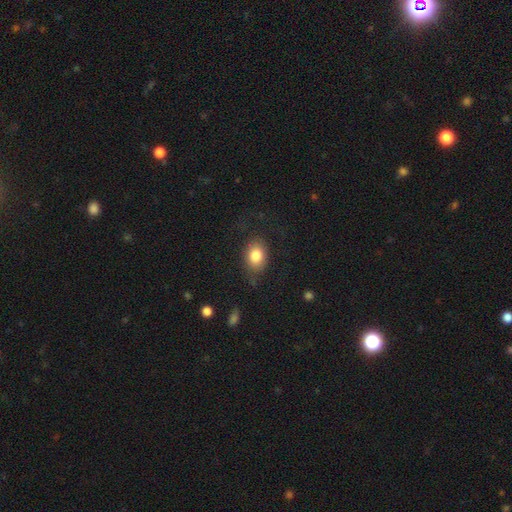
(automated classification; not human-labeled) Smooth or featured? smooth (82%)
How rounded? in between (72%)
Merging? none (74%)